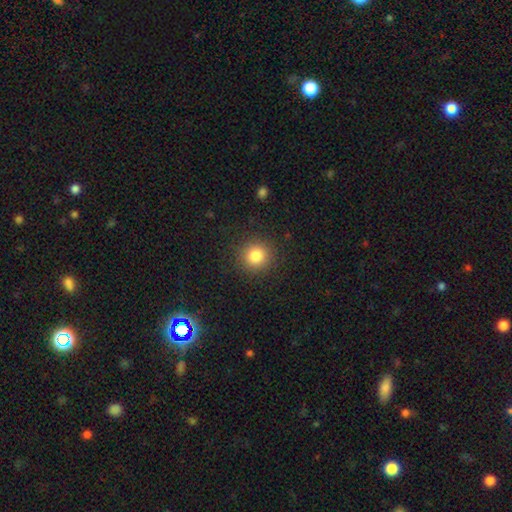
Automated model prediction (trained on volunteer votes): Smooth or featured? smooth (82%)
How rounded? round (93%)
Merging? none (90%)